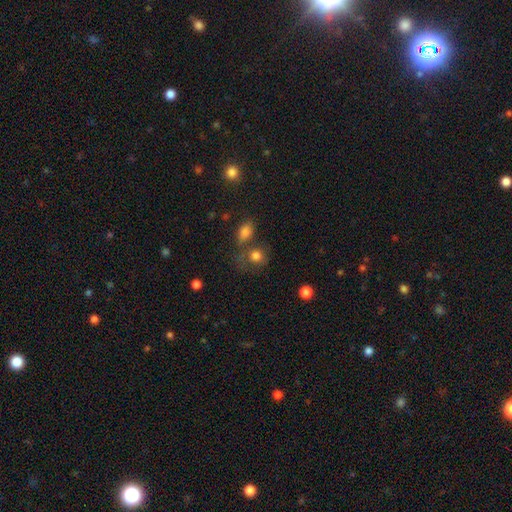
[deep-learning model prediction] Q: Smooth or featured?
A: smooth (79%); runner-up: star or artifact (11%)
Q: How rounded?
A: round (72%); runner-up: in between (27%)
Q: Merging?
A: none (54%); runner-up: merger (23%)